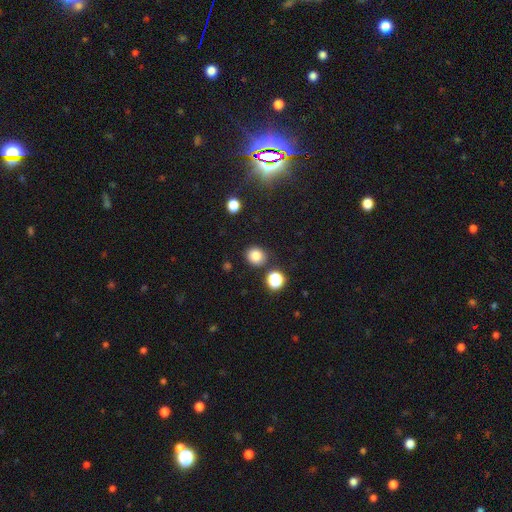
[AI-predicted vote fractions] smooth_or_featured: smooth (p=0.82) [alt: star or artifact p=0.13]
how_rounded: round (p=0.82) [alt: in between p=0.18]
merging: none (p=0.83) [alt: minor disturbance p=0.09]